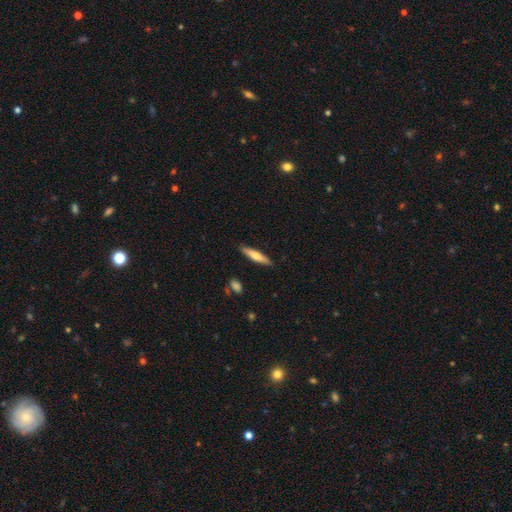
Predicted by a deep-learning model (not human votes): Morphology: type=smooth (57%); roundness=cigar-shaped (85%); merging=none (88%).